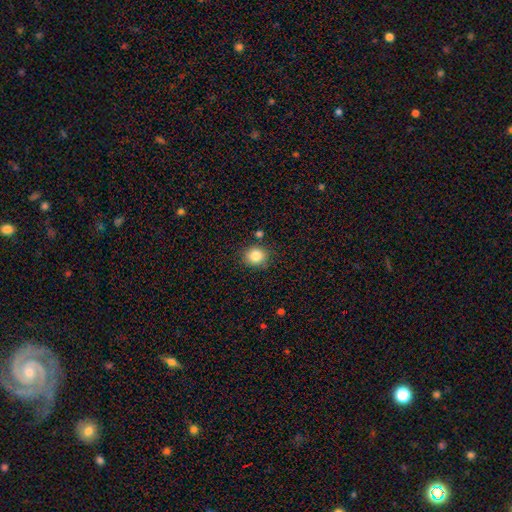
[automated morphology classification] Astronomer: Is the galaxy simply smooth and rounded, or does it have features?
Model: smooth — 85%.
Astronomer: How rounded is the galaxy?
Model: round — 81%.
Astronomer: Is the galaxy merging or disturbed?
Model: none — 83%.